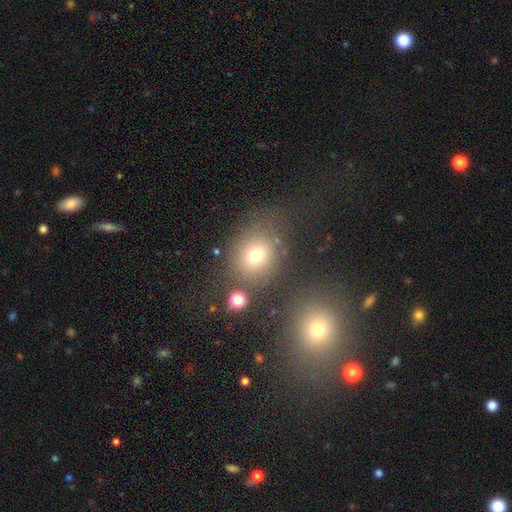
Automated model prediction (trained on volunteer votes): This appears to be a smooth galaxy with no disk features (72%) that is round (63%). Merging: none (68%).